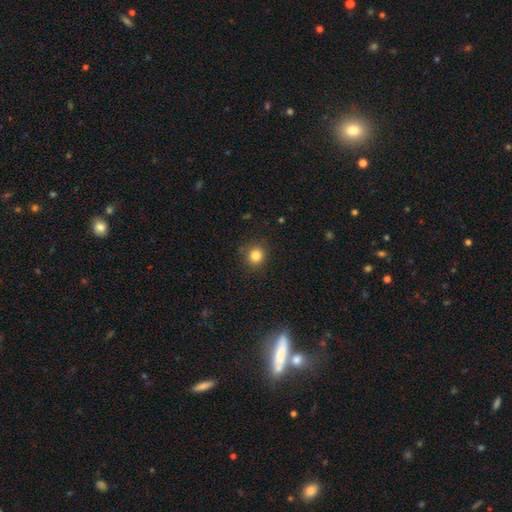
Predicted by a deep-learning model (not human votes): This appears to be a smooth galaxy with no disk features (83%) that is round (88%). Merging: none (87%).